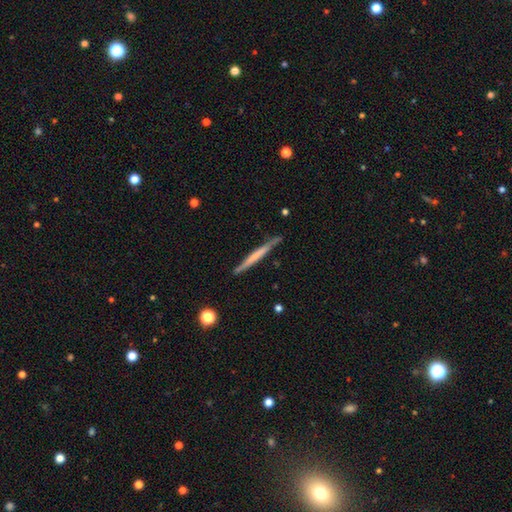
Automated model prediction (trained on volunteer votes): Smooth or featured? featured or disk (48%)
Merging? none (86%)